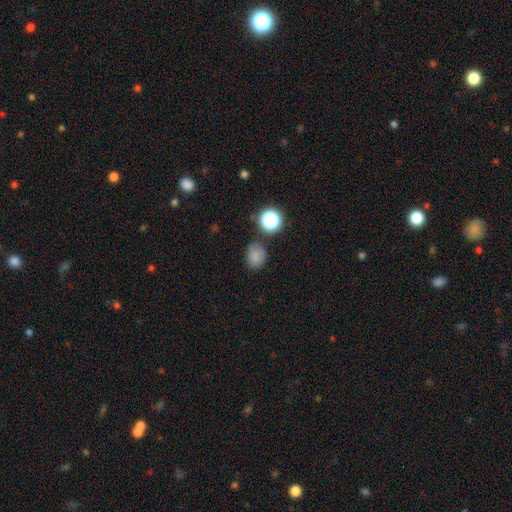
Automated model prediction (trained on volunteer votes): smooth_or_featured: smooth (p=0.76) [alt: star or artifact p=0.17]
how_rounded: round (p=0.62) [alt: in between p=0.37]
merging: none (p=0.73) [alt: minor disturbance p=0.17]